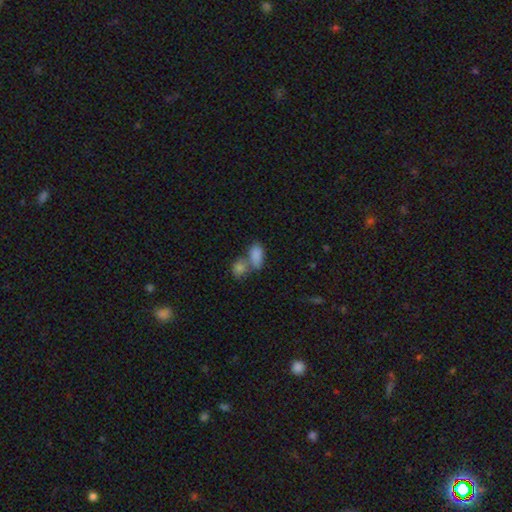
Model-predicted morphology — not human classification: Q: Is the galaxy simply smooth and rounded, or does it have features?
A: smooth — 84%.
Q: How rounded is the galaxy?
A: in between — 89%.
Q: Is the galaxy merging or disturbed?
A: merger — 55%.